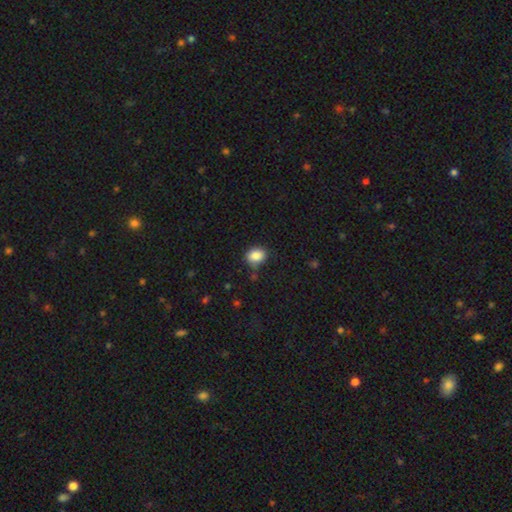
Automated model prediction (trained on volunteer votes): Smooth or featured: smooth — 87% (star or artifact — 9%)
How rounded: in between — 58% (round — 41%)
Merging: none — 76% (minor disturbance — 17%)